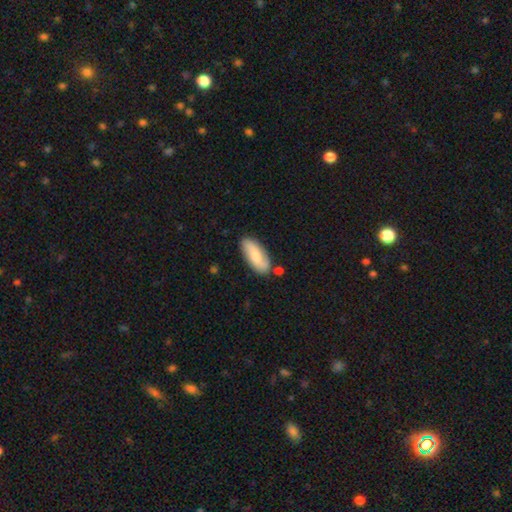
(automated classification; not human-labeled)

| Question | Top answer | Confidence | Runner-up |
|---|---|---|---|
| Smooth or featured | smooth | 65% | featured or disk (29%) |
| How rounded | in between | 84% | cigar-shaped (14%) |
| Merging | none | 75% | minor disturbance (15%) |